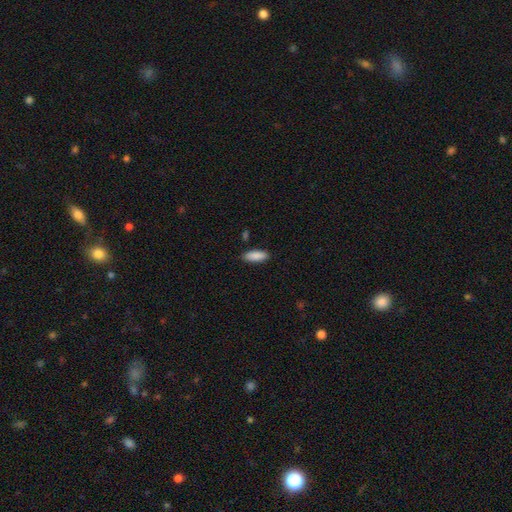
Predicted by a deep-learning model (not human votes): Smooth or featured? Predicted: smooth (p=0.90). How rounded? Predicted: in between (p=0.71). Merging? Predicted: none (p=0.87).